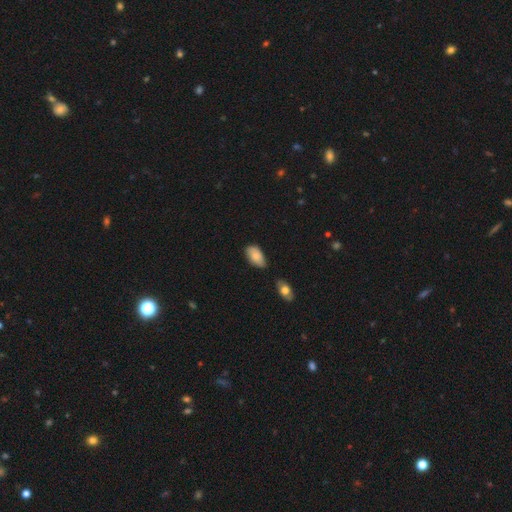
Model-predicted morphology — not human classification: Smooth or featured?
  - smooth: 81% *
  - featured or disk: 12%
  - star or artifact: 7%
How rounded?
  - in between: 94% *
  - round: 4%
  - cigar-shaped: 2%
Merging?
  - none: 61% *
  - minor disturbance: 28%
  - merger: 7%
  - major disturbance: 4%